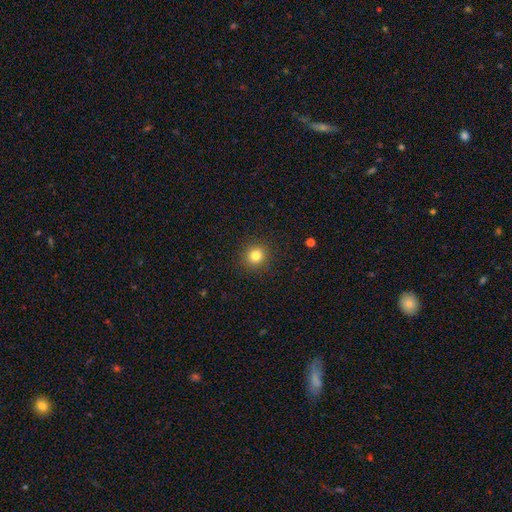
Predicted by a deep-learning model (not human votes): Smooth or featured? Predicted: smooth (p=0.82). How rounded? Predicted: round (p=0.90). Merging? Predicted: none (p=0.91).